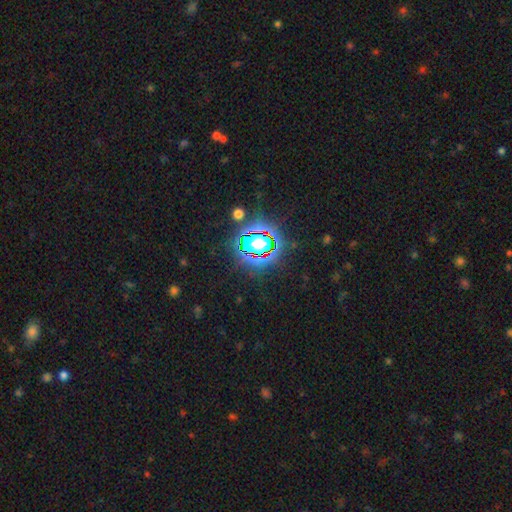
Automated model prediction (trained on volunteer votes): Overall: star or artifact (81%).